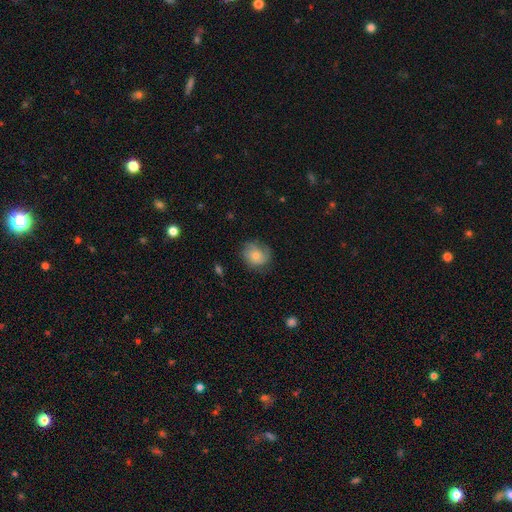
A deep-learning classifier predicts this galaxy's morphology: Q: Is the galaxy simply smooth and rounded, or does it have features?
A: smooth — 57%.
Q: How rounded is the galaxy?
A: round — 75%.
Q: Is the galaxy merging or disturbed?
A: none — 69%.